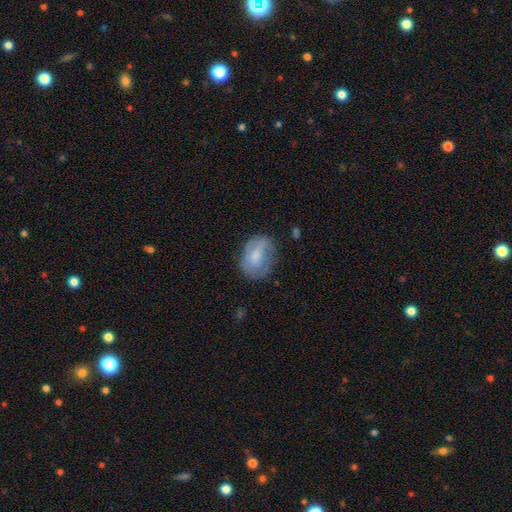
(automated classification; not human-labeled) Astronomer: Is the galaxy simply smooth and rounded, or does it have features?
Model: smooth — 65%.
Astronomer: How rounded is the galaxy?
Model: in between — 64%.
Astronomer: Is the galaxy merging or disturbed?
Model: none — 62%.